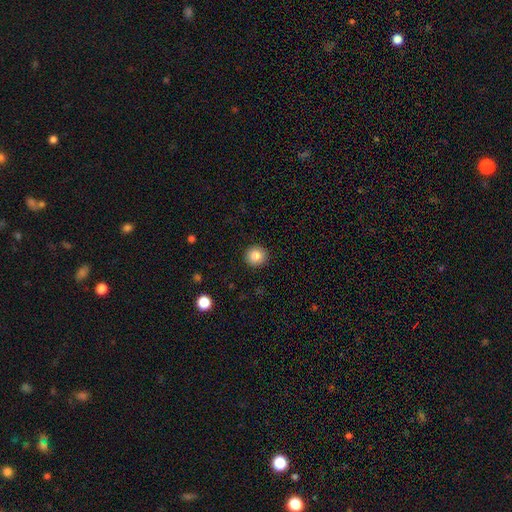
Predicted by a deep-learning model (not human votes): Overall: smooth (86%). How rounded: round (92%). Merging: none (92%).